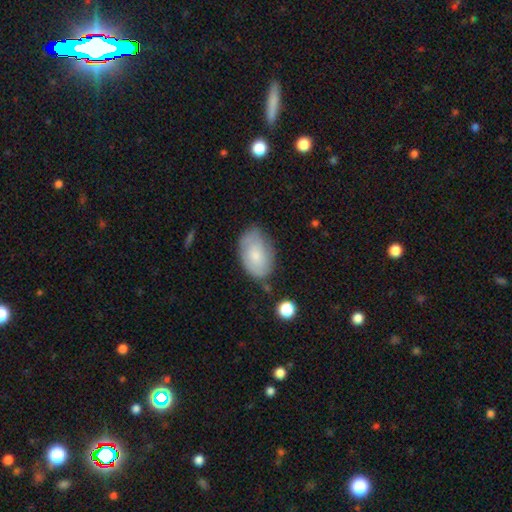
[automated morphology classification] A smooth galaxy with no disk features (64%) that is in between round and cigar-shaped (91%). Merging: none (70%).